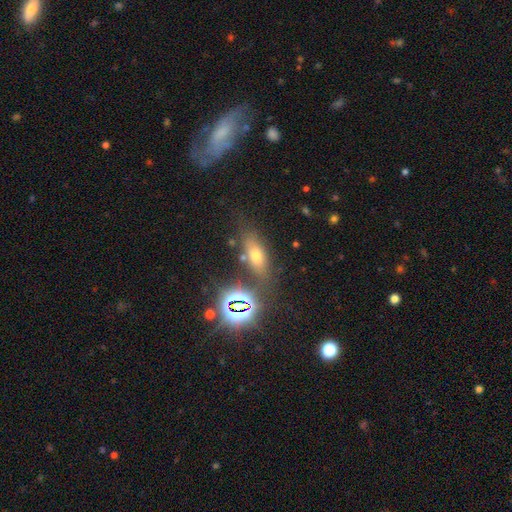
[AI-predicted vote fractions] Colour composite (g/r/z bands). It shows a smooth galaxy with no disk features (52%) that is in between round and cigar-shaped (66%). Merging: none (72%).